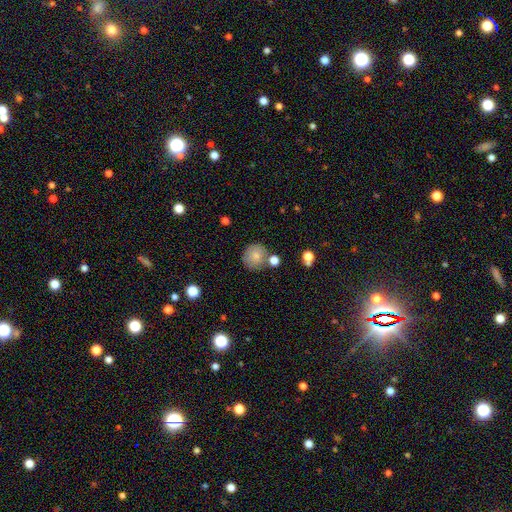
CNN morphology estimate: This is clearly a smooth galaxy (80%). How rounded: clearly round (88%). Merging: likely none (70%).